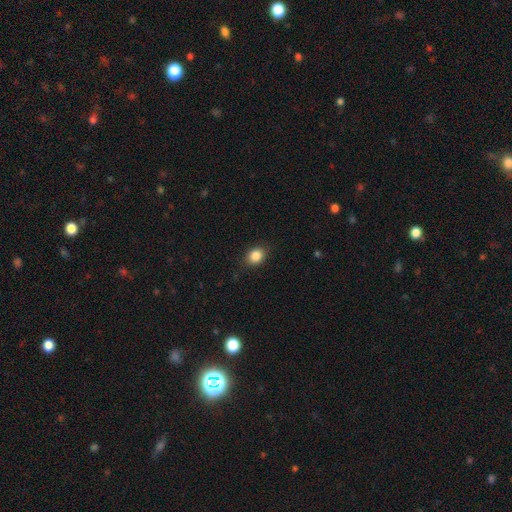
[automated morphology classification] This is clearly a smooth galaxy (85%). How rounded: possibly round (50%). Merging: clearly none (85%).